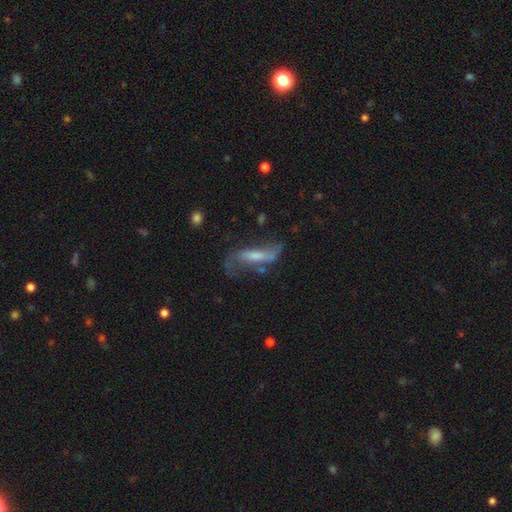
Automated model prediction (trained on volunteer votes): smooth-or-featured: featured or disk: 61% | smooth: 29% | star or artifact: 10%
  disk-edge-on: no: 73% | yes: 27%
  merging: none: 46% | major disturbance: 25% | minor disturbance: 24% | merger: 5%